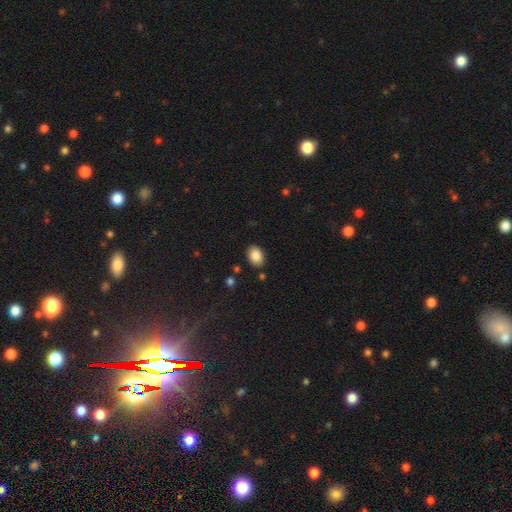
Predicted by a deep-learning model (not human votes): Smooth or featured: smooth — 87% (star or artifact — 8%)
How rounded: in between — 75% (round — 24%)
Merging: none — 86% (minor disturbance — 9%)